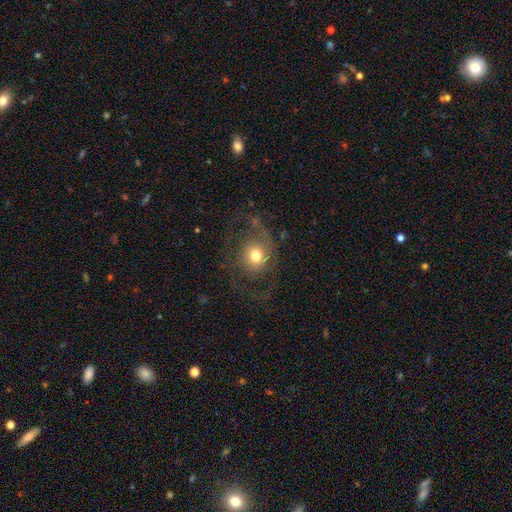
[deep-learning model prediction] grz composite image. It shows a featured or disk galaxy (53%) with no bar (79%), spiral arms (73%) and a moderate central bulge (66%). Merging: none (53%).